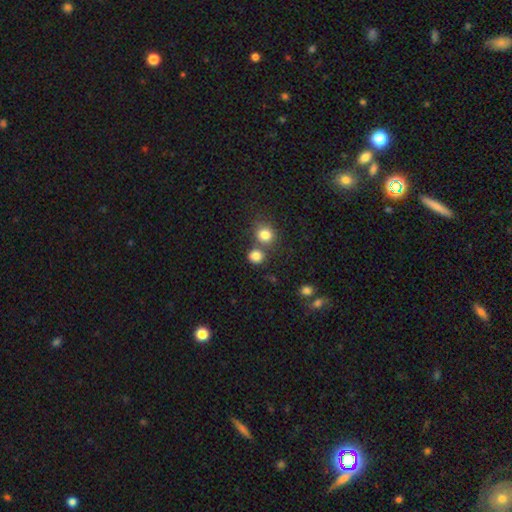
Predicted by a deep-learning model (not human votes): This is clearly a smooth galaxy (82%). How rounded: clearly round (81%). Merging: likely none (61%).